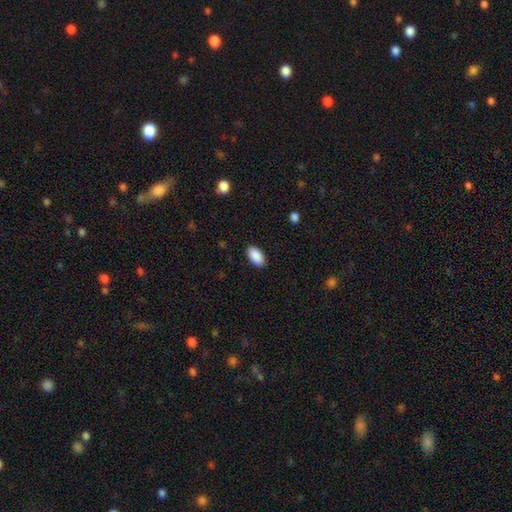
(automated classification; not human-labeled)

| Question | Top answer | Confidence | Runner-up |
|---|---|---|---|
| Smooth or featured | smooth | 91% | star or artifact (6%) |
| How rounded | in between | 95% | round (3%) |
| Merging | none | 89% | minor disturbance (8%) |